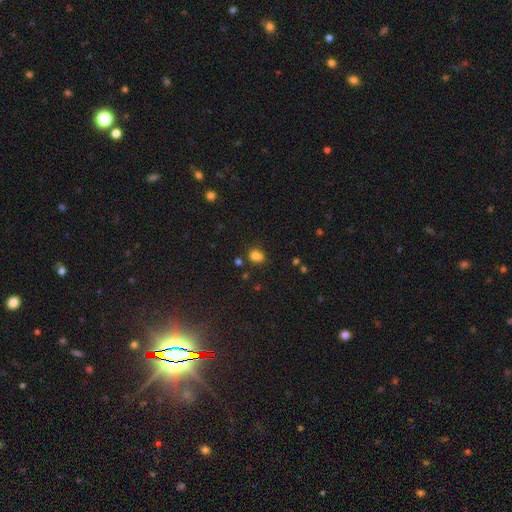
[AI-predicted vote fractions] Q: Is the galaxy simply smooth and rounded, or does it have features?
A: smooth — 75%.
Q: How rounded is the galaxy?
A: round — 59%.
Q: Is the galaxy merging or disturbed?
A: none — 48%.